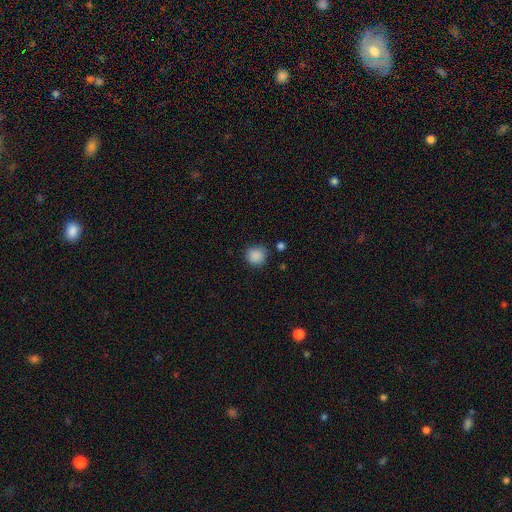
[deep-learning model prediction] The model was most divided on "merging": none: 79%, minor disturbance: 13%, merger: 4%, major disturbance: 4%. More confident: how rounded — round (90%); smooth or featured — smooth (87%).